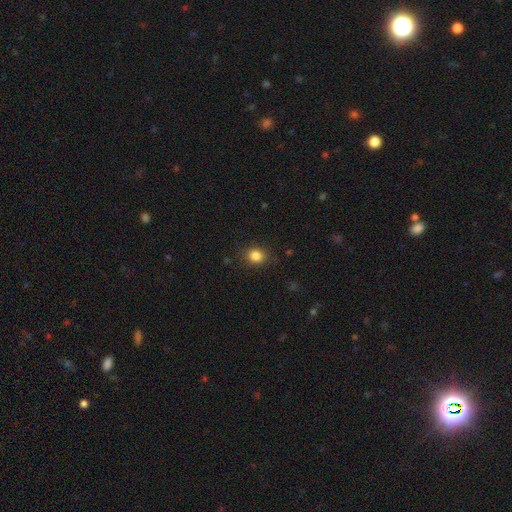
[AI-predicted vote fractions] Q: Smooth or featured?
A: smooth (85%); runner-up: star or artifact (11%)
Q: How rounded?
A: round (66%); runner-up: in between (33%)
Q: Merging?
A: none (85%); runner-up: minor disturbance (11%)